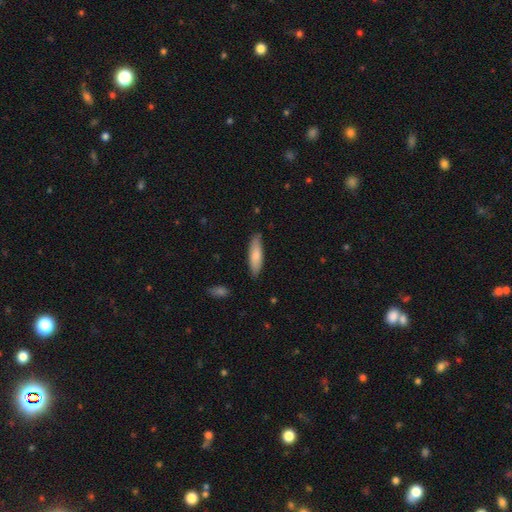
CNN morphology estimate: smooth-or-featured: smooth: 77% | featured or disk: 18% | star or artifact: 5%
  how-rounded: cigar-shaped: 59% | in between: 40% | round: 2%
  merging: none: 84% | minor disturbance: 13% | major disturbance: 2% | merger: 1%